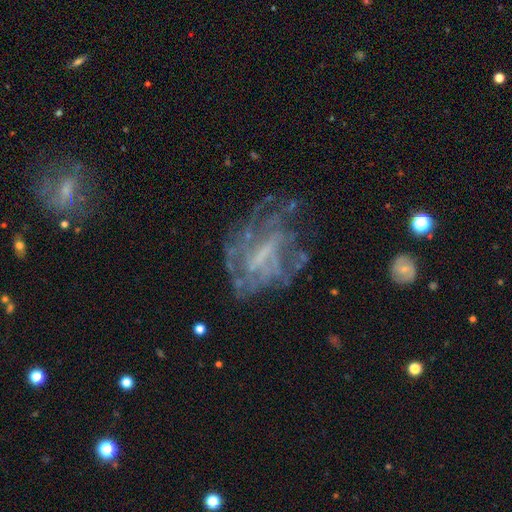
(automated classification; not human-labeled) featured or disk 74%, star or artifact 15%, smooth 12%. Down the decision tree: edge-on disk — no (96%); bar — weak (42%); spiral arms — yes (69%); bulge size — none (49%); merging — none (53%).